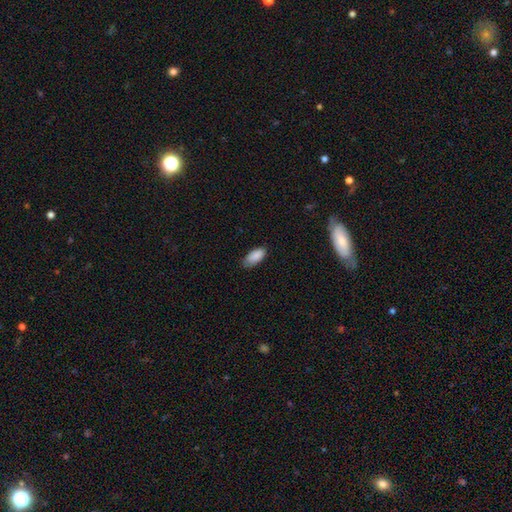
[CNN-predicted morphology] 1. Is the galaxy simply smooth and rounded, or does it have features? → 87% smooth, 6% featured or disk, 6% star or artifact.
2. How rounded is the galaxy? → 91% in between, 7% cigar-shaped, 2% round.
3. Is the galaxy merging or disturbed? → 68% none, 27% minor disturbance, 4% major disturbance, 1% merger.